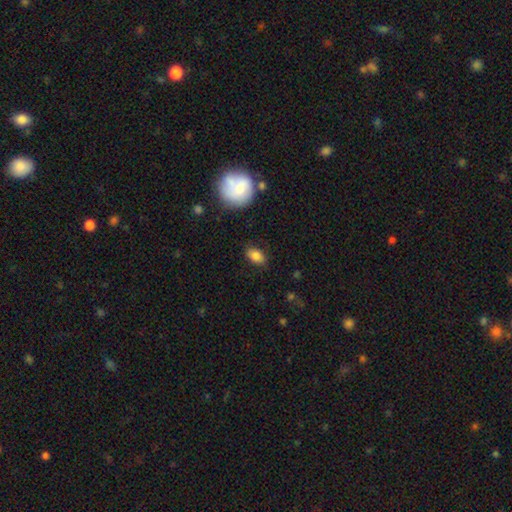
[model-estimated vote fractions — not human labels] Smooth or featured? Predicted: smooth (p=0.83). How rounded? Predicted: in between (p=0.86). Merging? Predicted: none (p=0.82).